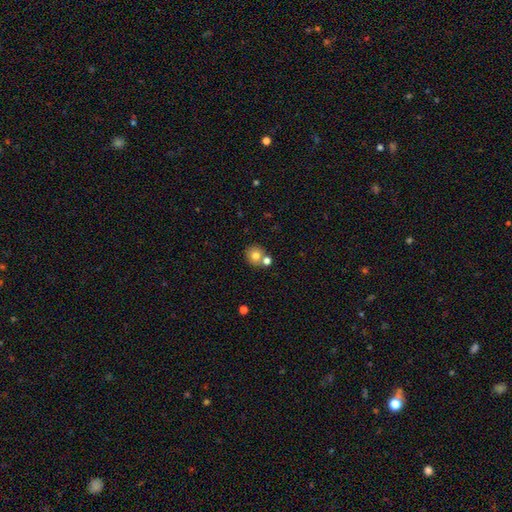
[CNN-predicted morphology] smooth_or_featured: smooth (p=0.77) [alt: featured or disk p=0.12]
how_rounded: round (p=0.88) [alt: in between p=0.11]
merging: none (p=0.61) [alt: merger p=0.28]